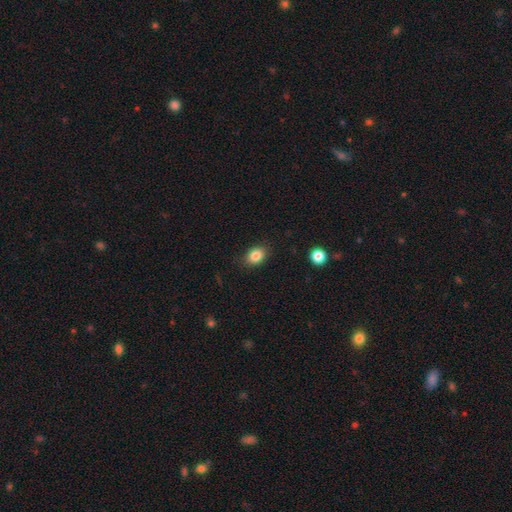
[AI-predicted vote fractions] Q: Smooth or featured?
A: smooth (84%); runner-up: star or artifact (10%)
Q: How rounded?
A: in between (67%); runner-up: round (31%)
Q: Merging?
A: none (86%); runner-up: minor disturbance (10%)